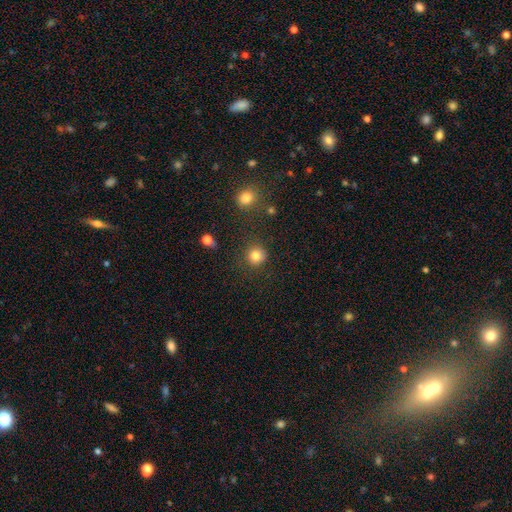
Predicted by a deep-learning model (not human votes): smooth 82%, star or artifact 12%, featured or disk 6%. Down the decision tree: how rounded — round (91%); merging — none (84%).